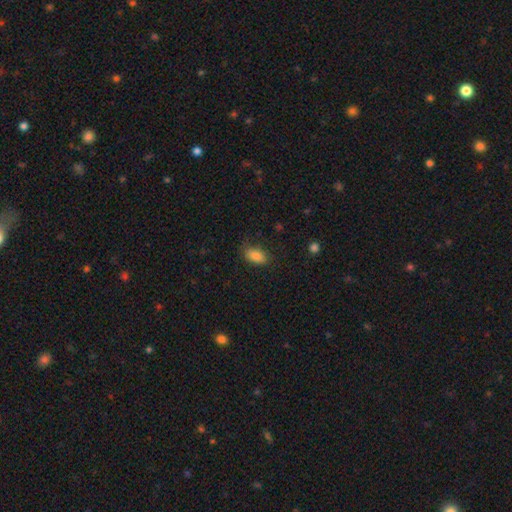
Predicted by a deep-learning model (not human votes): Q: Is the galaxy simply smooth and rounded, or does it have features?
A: smooth — 86%.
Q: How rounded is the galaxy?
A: in between — 92%.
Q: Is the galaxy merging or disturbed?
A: none — 75%.